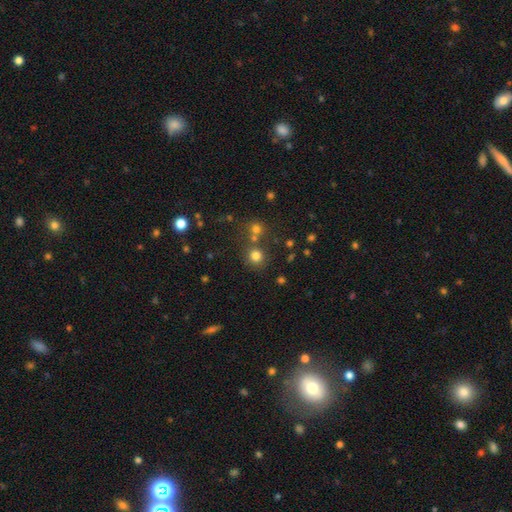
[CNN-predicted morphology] Smooth or featured? Predicted: smooth (p=0.77). How rounded? Predicted: round (p=0.90). Merging? Predicted: none (p=0.72).